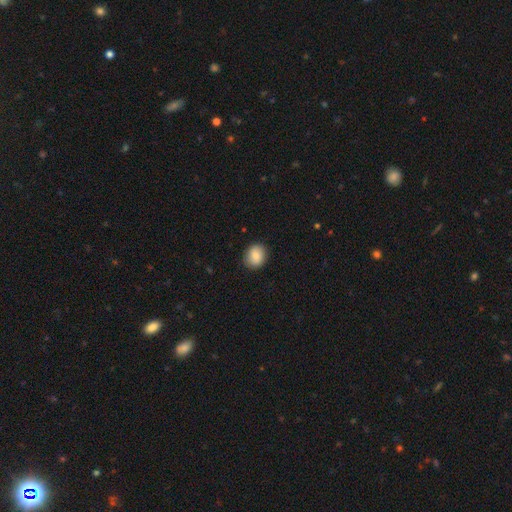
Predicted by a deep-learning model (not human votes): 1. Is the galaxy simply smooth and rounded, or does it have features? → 84% smooth, 8% featured or disk, 8% star or artifact.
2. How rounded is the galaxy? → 62% round, 37% in between, 1% cigar-shaped.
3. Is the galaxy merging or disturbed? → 86% none, 10% minor disturbance, 2% major disturbance, 1% merger.